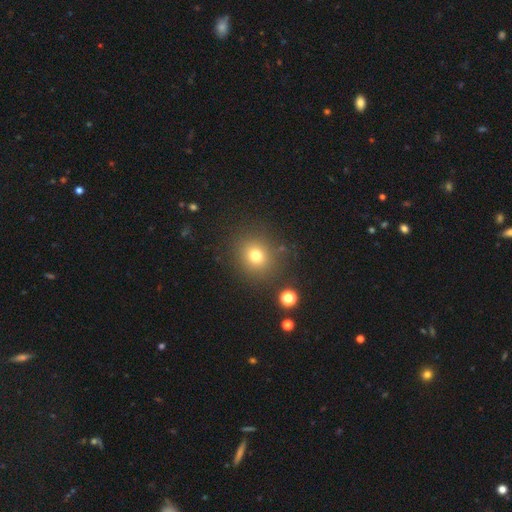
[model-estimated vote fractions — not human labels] This appears to be a smooth galaxy with no disk features (75%) that is round (83%). Merging: none (84%).